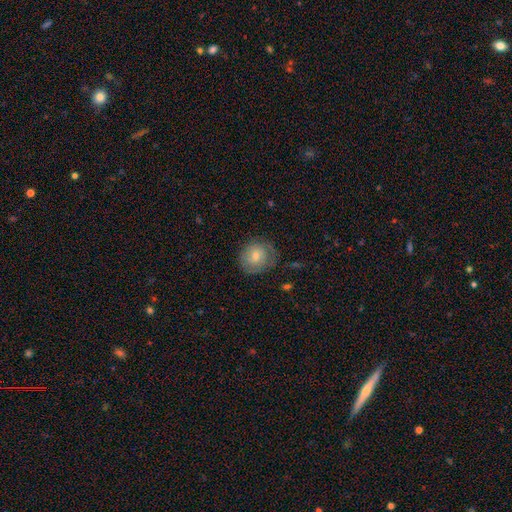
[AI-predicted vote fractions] Overall: smooth (56%; featured or disk 34%). How rounded: round (79%). Merging: none (73%).